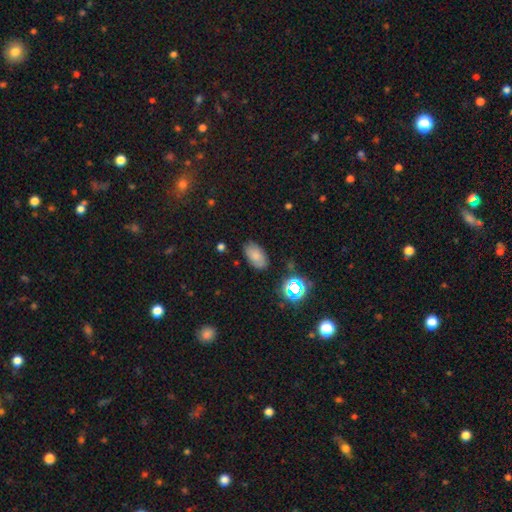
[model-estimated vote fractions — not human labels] A smooth galaxy with no disk features (76%) that is in between round and cigar-shaped (92%). Merging: none (80%).